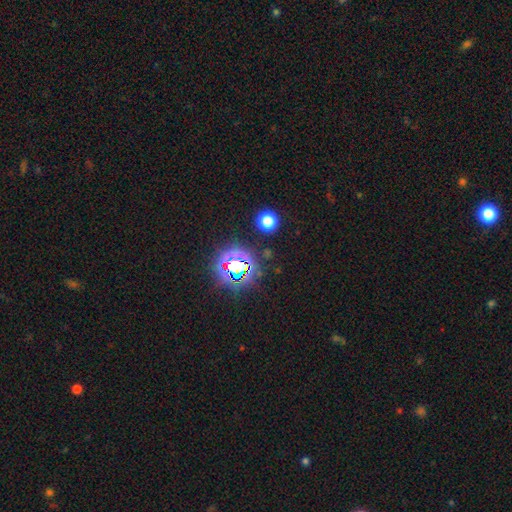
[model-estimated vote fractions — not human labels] Q: Smooth or featured?
A: star or artifact (79%); runner-up: smooth (14%)